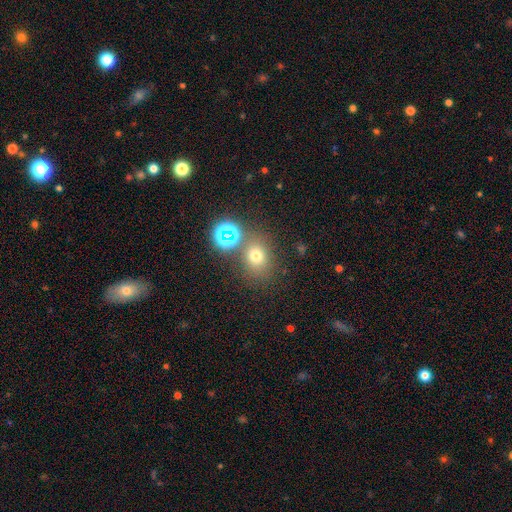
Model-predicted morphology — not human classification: smooth 67%, star or artifact 23%, featured or disk 10%. Down the decision tree: how rounded — round (64%); merging — none (70%).